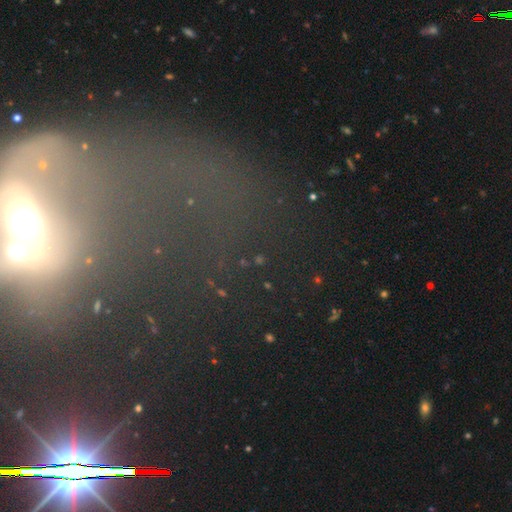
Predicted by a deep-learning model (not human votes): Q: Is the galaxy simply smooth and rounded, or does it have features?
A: star or artifact — 45%.